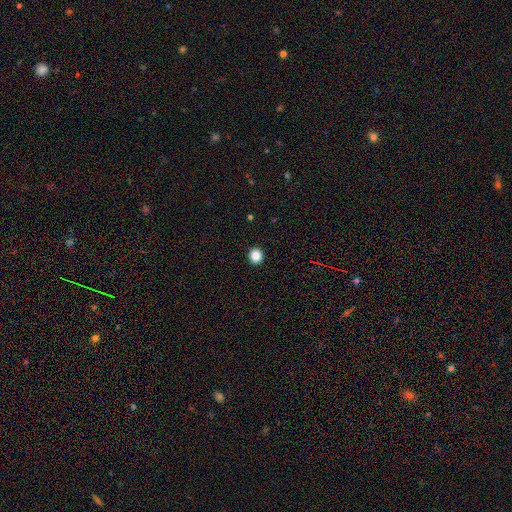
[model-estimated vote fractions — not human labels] Overall: smooth (86%). How rounded: round (88%). Merging: none (93%).